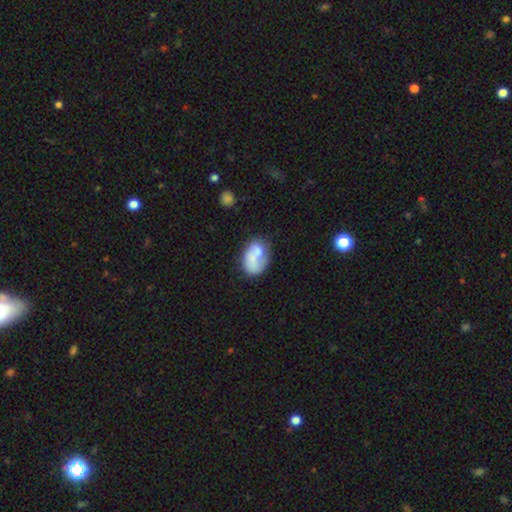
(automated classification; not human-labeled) smooth 62%, featured or disk 30%, star or artifact 8%. Down the decision tree: how rounded — in between (83%); merging — none (39%).